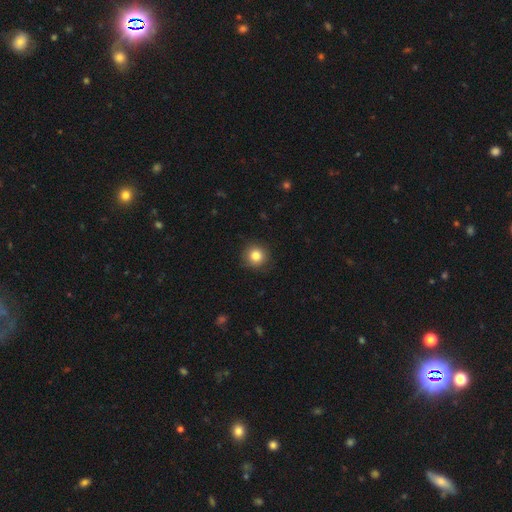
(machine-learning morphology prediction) Q: Smooth or featured?
A: smooth (84%); runner-up: star or artifact (10%)
Q: How rounded?
A: round (93%); runner-up: in between (6%)
Q: Merging?
A: none (88%); runner-up: minor disturbance (8%)